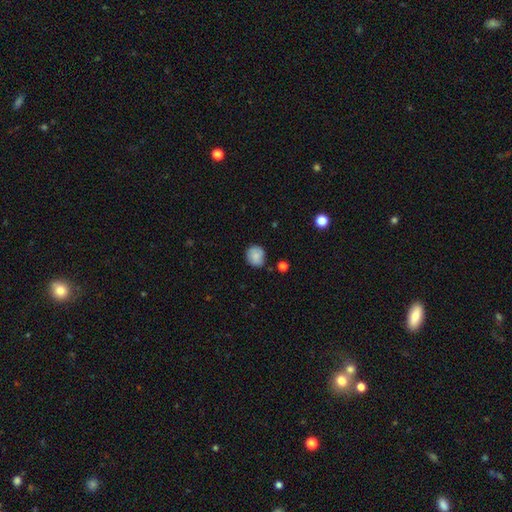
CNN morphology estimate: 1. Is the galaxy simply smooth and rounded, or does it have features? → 82% smooth, 10% featured or disk, 8% star or artifact.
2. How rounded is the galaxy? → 77% round, 22% in between, 1% cigar-shaped.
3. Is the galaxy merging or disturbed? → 73% none, 20% minor disturbance, 4% major disturbance, 4% merger.